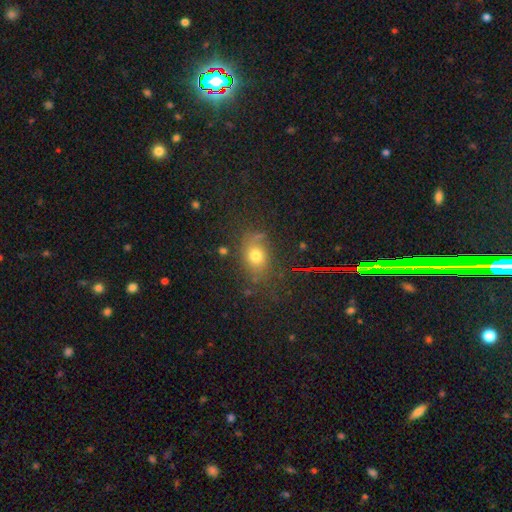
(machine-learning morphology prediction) This is likely a smooth galaxy (66%). How rounded: likely in between (61%). Merging: likely none (71%).